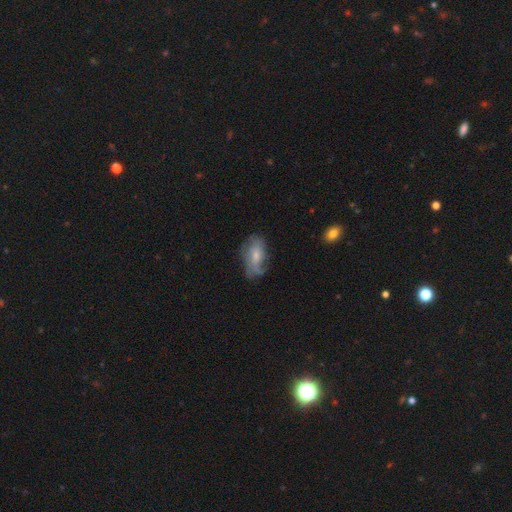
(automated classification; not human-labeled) featured or disk 54%, smooth 39%, star or artifact 7%. Down the decision tree: edge-on disk — no (93%); bar — no (59%); spiral arms — yes (73%); bulge size — small (49%); merging — none (55%).